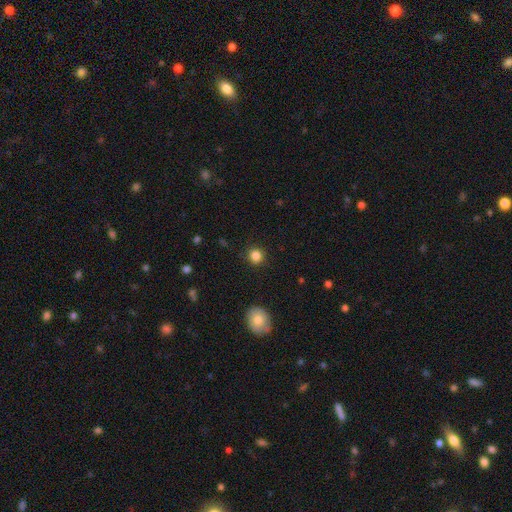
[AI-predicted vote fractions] The model was most divided on "smooth or featured": smooth: 84%, star or artifact: 11%, featured or disk: 4%. More confident: how rounded — round (90%); merging — none (90%).